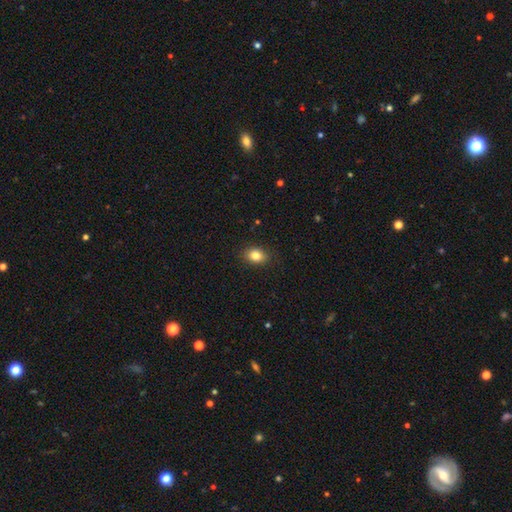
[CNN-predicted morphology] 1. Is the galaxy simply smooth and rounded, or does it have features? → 84% smooth, 10% star or artifact, 7% featured or disk.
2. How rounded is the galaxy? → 67% in between, 32% round, 1% cigar-shaped.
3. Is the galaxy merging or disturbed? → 88% none, 9% minor disturbance, 2% major disturbance, 1% merger.